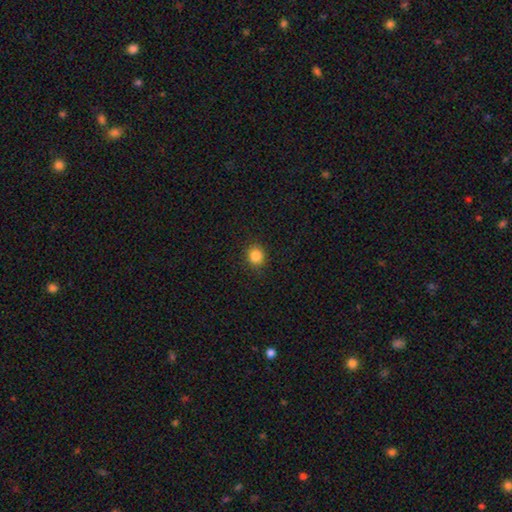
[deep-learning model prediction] smooth-or-featured: smooth: 85% | star or artifact: 11% | featured or disk: 4%
  how-rounded: round: 82% | in between: 17% | cigar-shaped: 1%
  merging: none: 90% | minor disturbance: 7% | major disturbance: 2% | merger: 1%